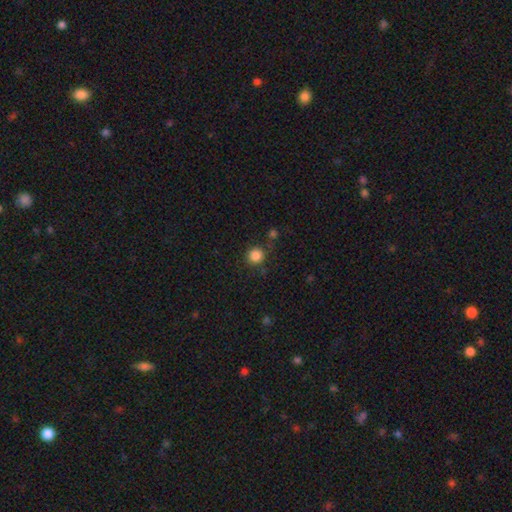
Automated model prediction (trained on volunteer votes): Smooth or featured? Predicted: smooth (p=0.85). How rounded? Predicted: round (p=0.92). Merging? Predicted: none (p=0.83).